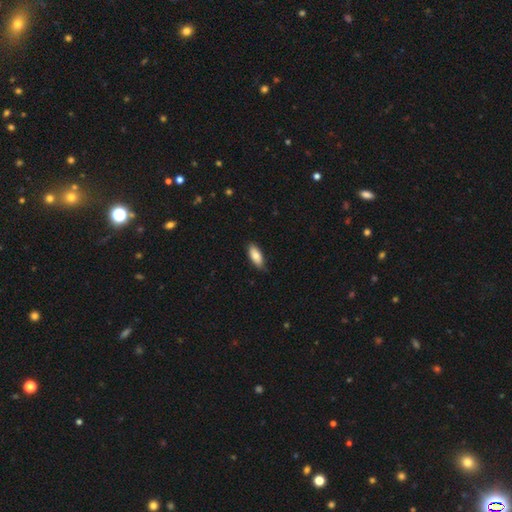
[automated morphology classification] This is clearly a smooth galaxy (82%). How rounded: clearly in between (85%). Merging: clearly none (81%).